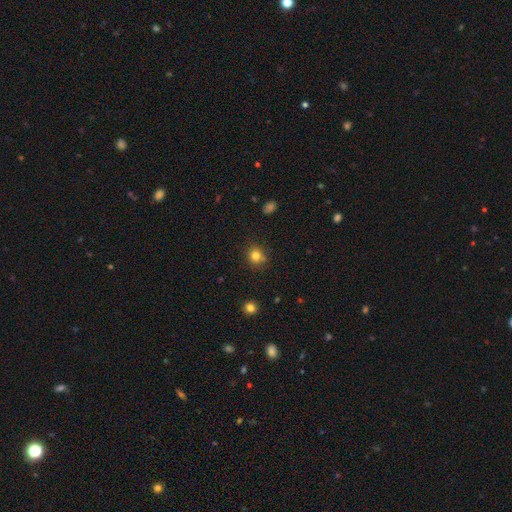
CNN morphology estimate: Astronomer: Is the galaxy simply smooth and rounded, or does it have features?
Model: smooth — 80%.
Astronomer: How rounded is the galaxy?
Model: round — 85%.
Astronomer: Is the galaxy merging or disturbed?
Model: none — 78%.